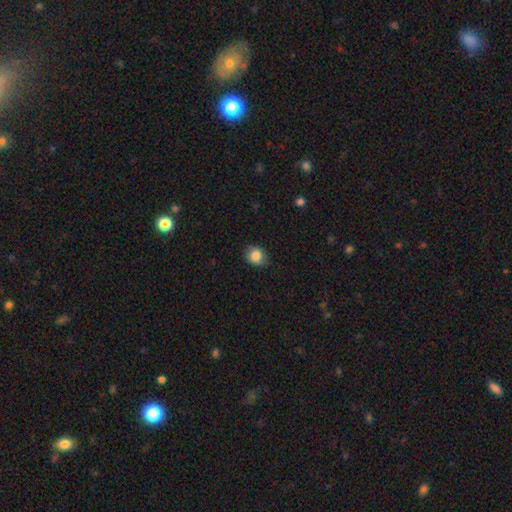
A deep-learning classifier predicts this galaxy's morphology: Smooth or featured? Predicted: smooth (p=0.85). How rounded? Predicted: round (p=0.66). Merging? Predicted: none (p=0.82).